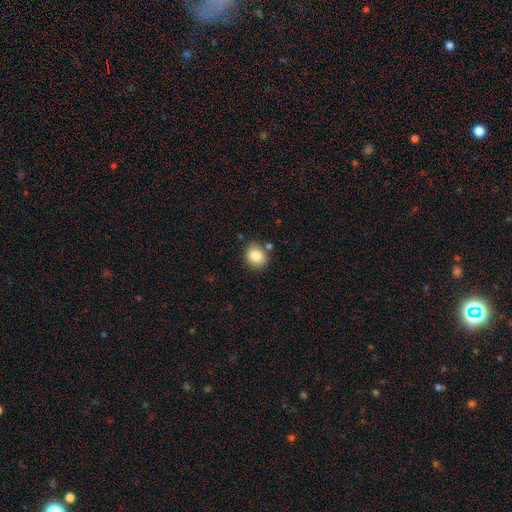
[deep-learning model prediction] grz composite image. It shows a smooth galaxy with no disk features (83%) that is round (75%). Merging: none (83%).